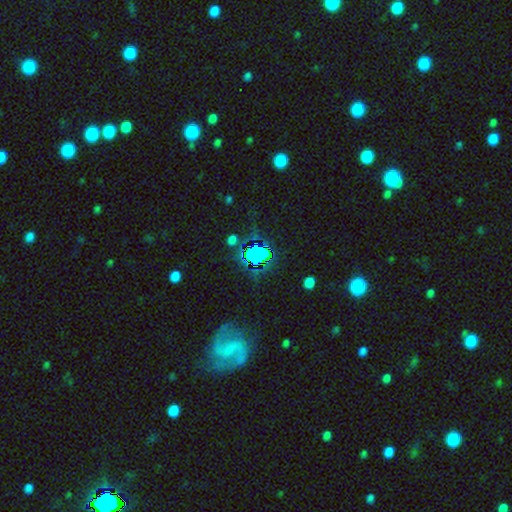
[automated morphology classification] A star or artifact, not a galaxy (65%).